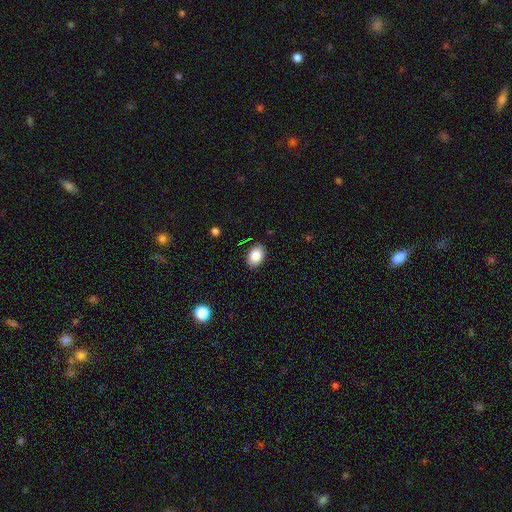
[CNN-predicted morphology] smooth_or_featured: smooth (p=0.86) [alt: star or artifact p=0.08]
how_rounded: in between (p=0.79) [alt: round p=0.20]
merging: none (p=0.87) [alt: minor disturbance p=0.09]